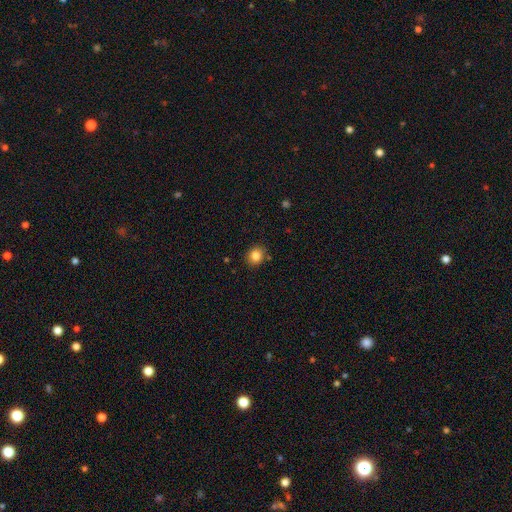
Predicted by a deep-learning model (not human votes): Smooth or featured: smooth — 84% (star or artifact — 10%)
How rounded: round — 73% (in between — 26%)
Merging: none — 85% (minor disturbance — 10%)